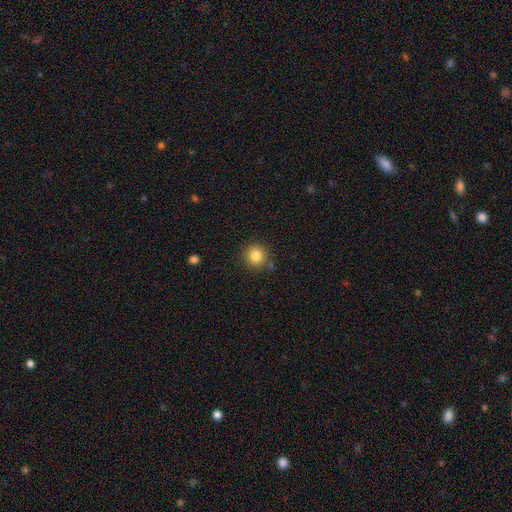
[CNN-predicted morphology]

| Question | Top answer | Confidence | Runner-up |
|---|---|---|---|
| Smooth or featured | smooth | 83% | star or artifact (11%) |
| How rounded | round | 93% | in between (6%) |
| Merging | none | 85% | minor disturbance (8%) |